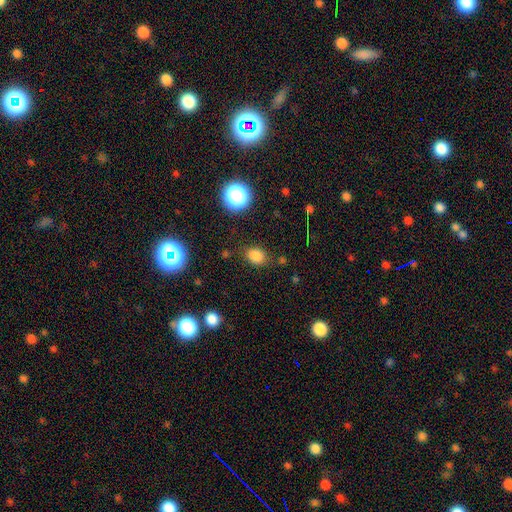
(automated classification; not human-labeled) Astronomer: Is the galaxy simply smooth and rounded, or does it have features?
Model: smooth — 81%.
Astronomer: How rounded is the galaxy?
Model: in between — 59% (runner-up: round, 40%).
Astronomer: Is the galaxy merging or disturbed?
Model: none — 80%.